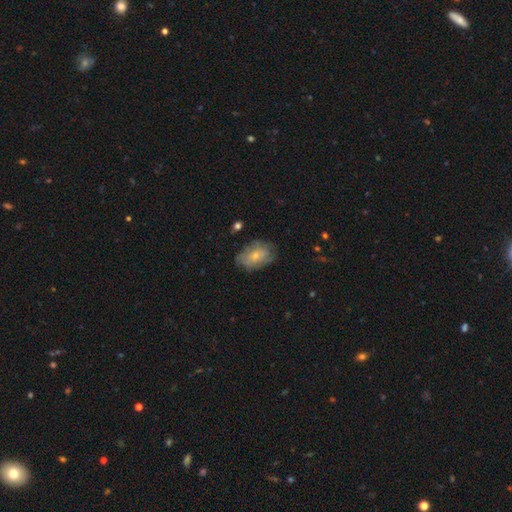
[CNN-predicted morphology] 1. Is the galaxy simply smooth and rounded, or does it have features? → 58% smooth, 35% featured or disk, 8% star or artifact.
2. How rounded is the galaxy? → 83% in between, 15% round, 2% cigar-shaped.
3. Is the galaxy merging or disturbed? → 65% none, 25% minor disturbance, 9% major disturbance, 2% merger.